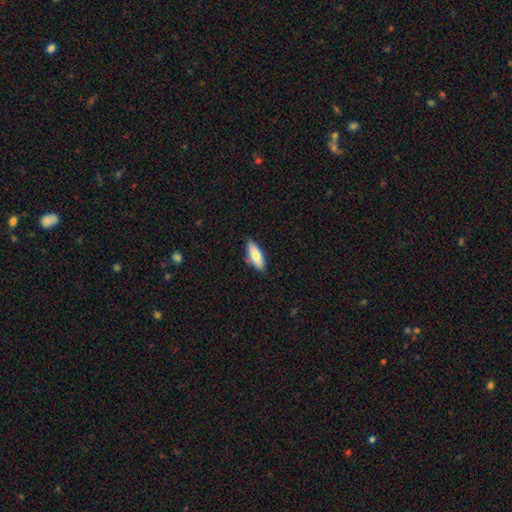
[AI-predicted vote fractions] A smooth galaxy with no disk features (75%) that is in between round and cigar-shaped (71%). Merging: none (83%).